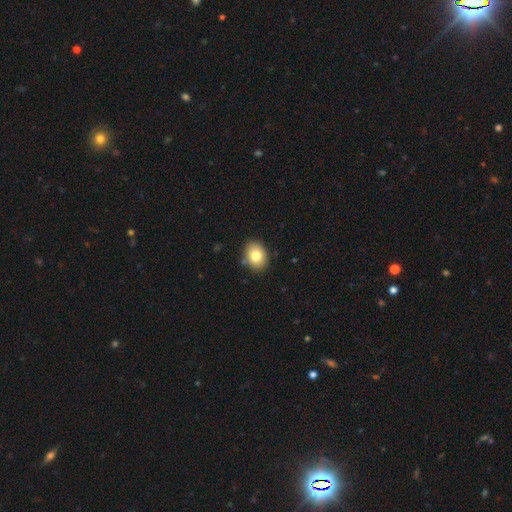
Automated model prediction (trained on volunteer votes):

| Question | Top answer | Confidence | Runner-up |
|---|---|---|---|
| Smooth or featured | smooth | 80% | featured or disk (11%) |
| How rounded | in between | 58% | round (42%) |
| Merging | none | 85% | minor disturbance (10%) |